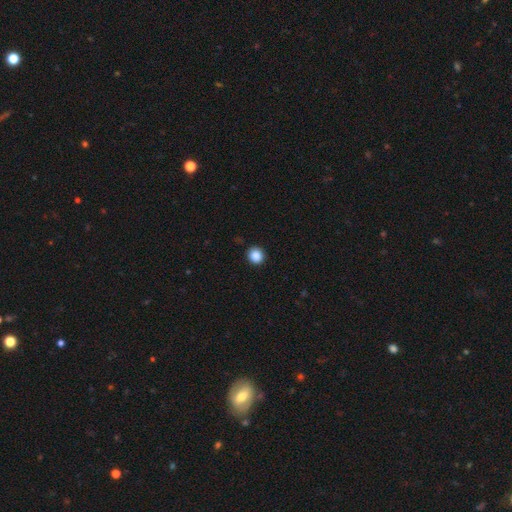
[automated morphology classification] Smooth or featured?
  - smooth: 87% *
  - star or artifact: 10%
  - featured or disk: 3%
How rounded?
  - round: 88% *
  - in between: 11%
  - cigar-shaped: 1%
Merging?
  - none: 91% *
  - minor disturbance: 6%
  - major disturbance: 2%
  - merger: 1%